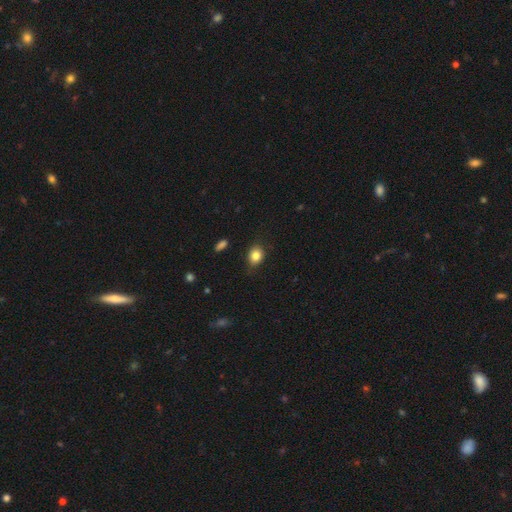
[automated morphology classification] A smooth galaxy with no disk features (84%) that is round (57%).

Vote fractions:
- Smooth or featured? smooth: 84% / star or artifact: 10% / featured or disk: 6%
- How rounded? round: 57% / in between: 42% / cigar-shaped: 1%
- Merging? none: 81% / minor disturbance: 15% / major disturbance: 3% / merger: 1%